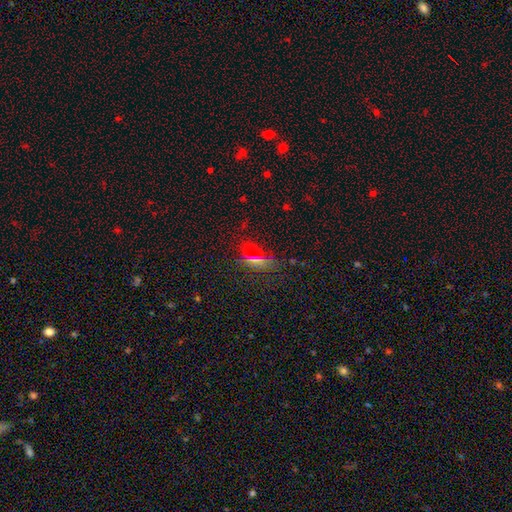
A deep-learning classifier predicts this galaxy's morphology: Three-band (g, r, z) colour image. It shows a smooth galaxy with no disk features (49%). Merging: none (66%).